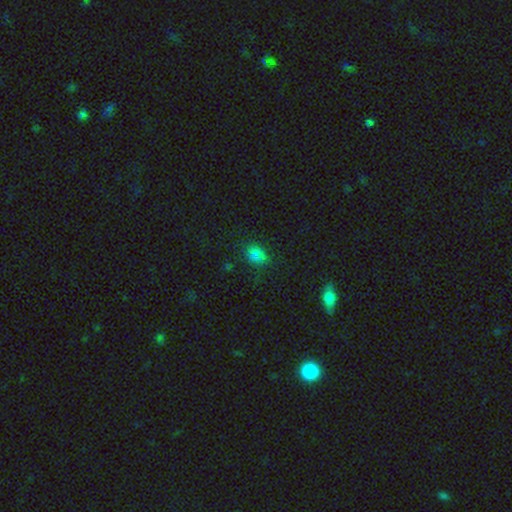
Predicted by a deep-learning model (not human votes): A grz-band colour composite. It shows a smooth galaxy with no disk features (72%) that is in between round and cigar-shaped (63%). Merging: none (75%).